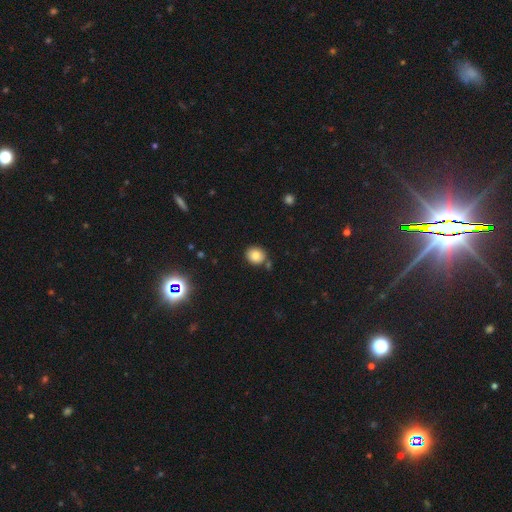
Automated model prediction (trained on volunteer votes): smooth 81%, star or artifact 11%, featured or disk 8%. Down the decision tree: how rounded — round (75%); merging — none (76%).